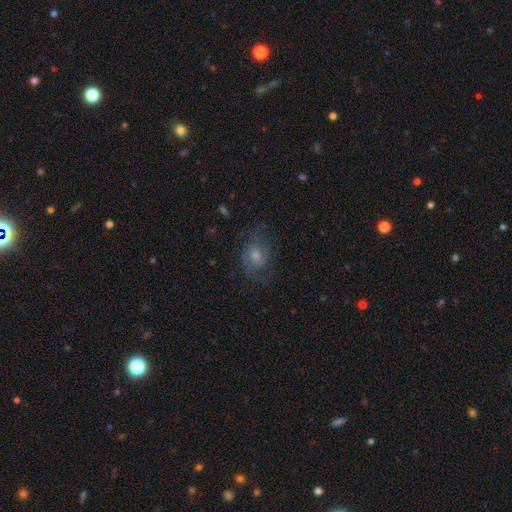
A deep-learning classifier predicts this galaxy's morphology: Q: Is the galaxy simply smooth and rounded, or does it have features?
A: featured or disk — 63%.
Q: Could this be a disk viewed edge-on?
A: no — 97%.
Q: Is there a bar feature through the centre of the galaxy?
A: no — 60%.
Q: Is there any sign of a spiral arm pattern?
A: yes — 89%.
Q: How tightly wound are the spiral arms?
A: medium — 50%.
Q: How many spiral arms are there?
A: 2 — 67%.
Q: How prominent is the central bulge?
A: moderate — 50%.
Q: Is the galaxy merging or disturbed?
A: none — 71%.